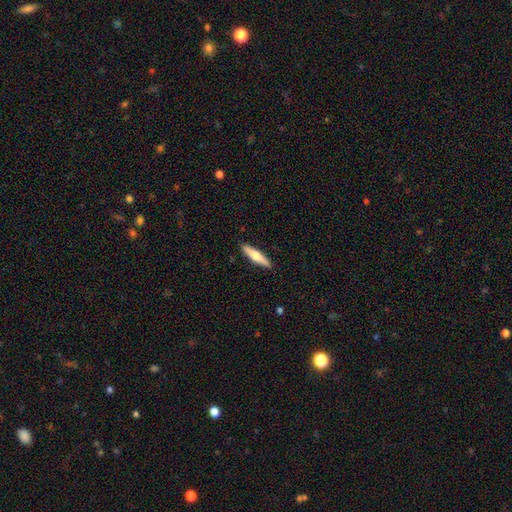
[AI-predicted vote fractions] Overall: smooth (51%; featured or disk 43%). How rounded: cigar-shaped (79%). Merging: none (90%).